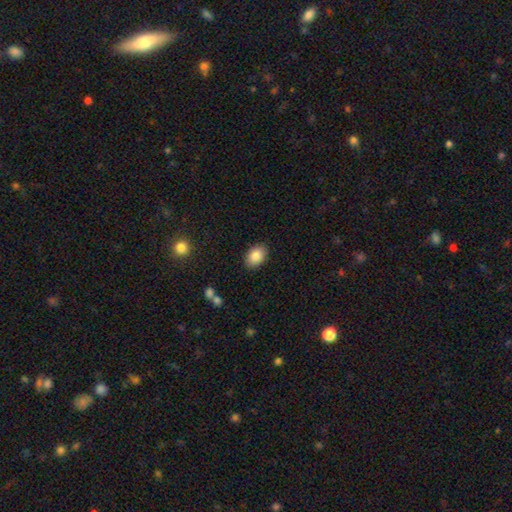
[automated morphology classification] Overall: smooth (85%). How rounded: in between (82%). Merging: none (87%).